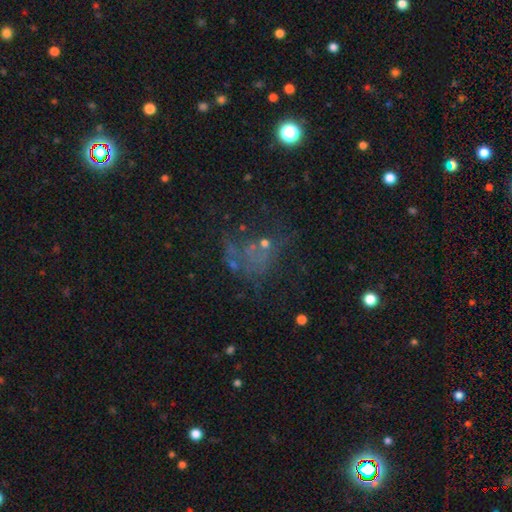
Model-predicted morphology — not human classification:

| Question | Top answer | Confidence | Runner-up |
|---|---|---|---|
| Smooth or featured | featured or disk | 36% | star or artifact (35%) |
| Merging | none | 43% | major disturbance (32%) |